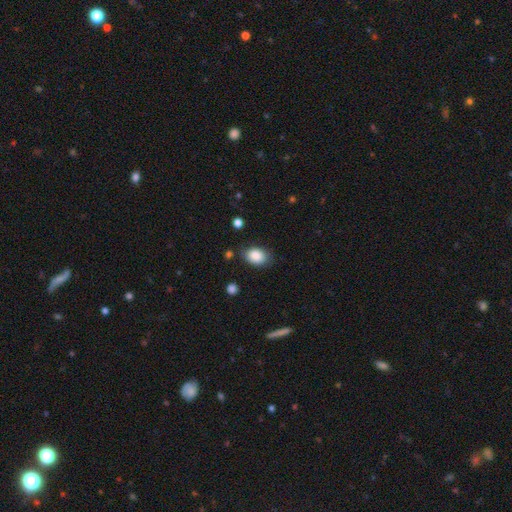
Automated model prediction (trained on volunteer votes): A smooth galaxy with no disk features (87%) that is in between round and cigar-shaped (78%). Merging: none (79%).